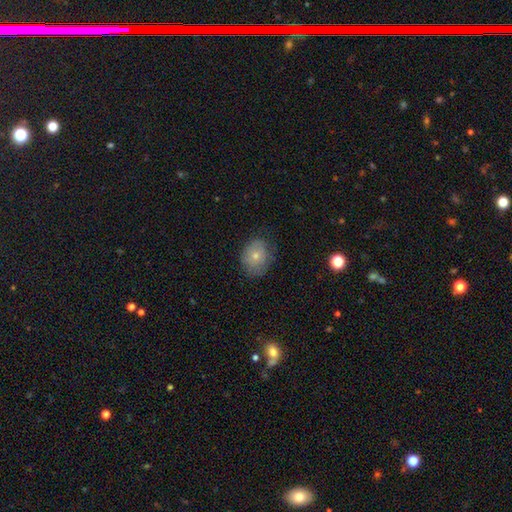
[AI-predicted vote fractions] Smooth or featured: smooth — 72% (featured or disk — 19%)
How rounded: round — 54% (in between — 45%)
Merging: none — 70% (minor disturbance — 22%)